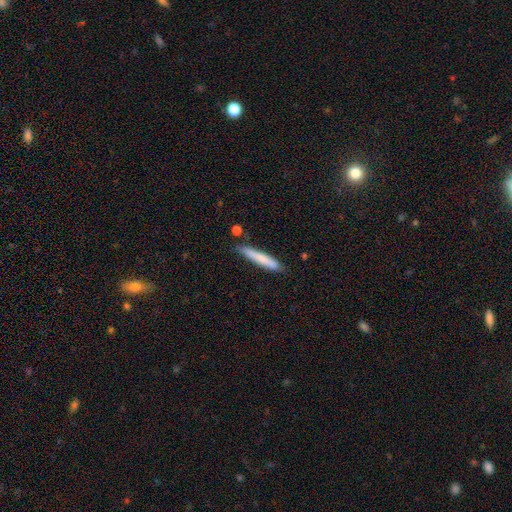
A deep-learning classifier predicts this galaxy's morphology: The model was most divided on "smooth or featured": smooth: 66%, featured or disk: 26%, star or artifact: 8%. More confident: how rounded — cigar-shaped (95%); merging — none (86%).